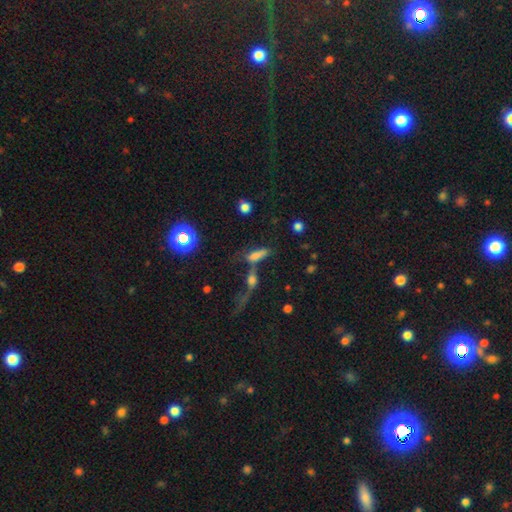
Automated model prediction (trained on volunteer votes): Morphology: type=smooth (58%); roundness=in between (46%); merging=merger (45%).